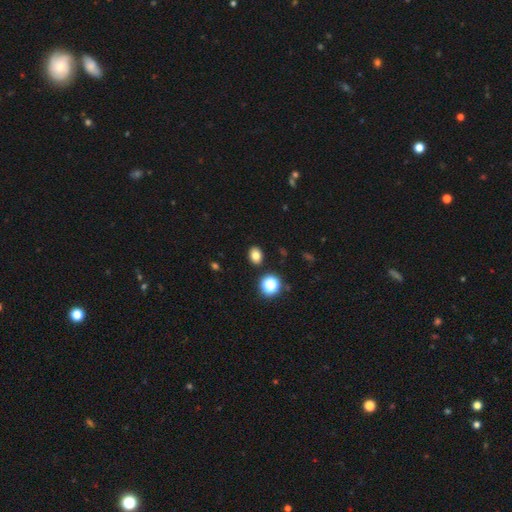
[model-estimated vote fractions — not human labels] Overall: smooth (78%). How rounded: in between (57%; round 42%). Merging: none (88%).